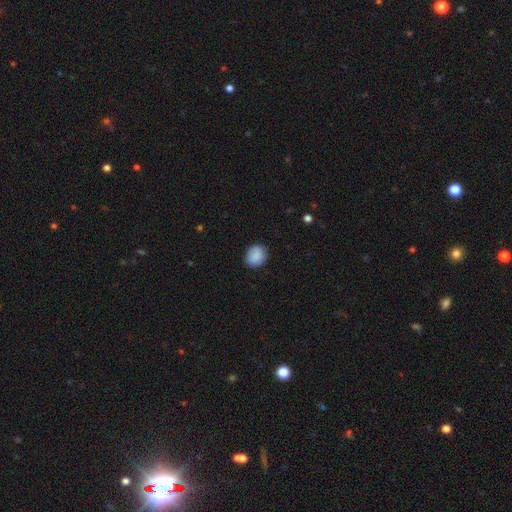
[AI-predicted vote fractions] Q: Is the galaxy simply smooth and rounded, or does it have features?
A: smooth — 88%.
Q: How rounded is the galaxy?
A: round — 67%.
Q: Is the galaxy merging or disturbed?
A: none — 86%.